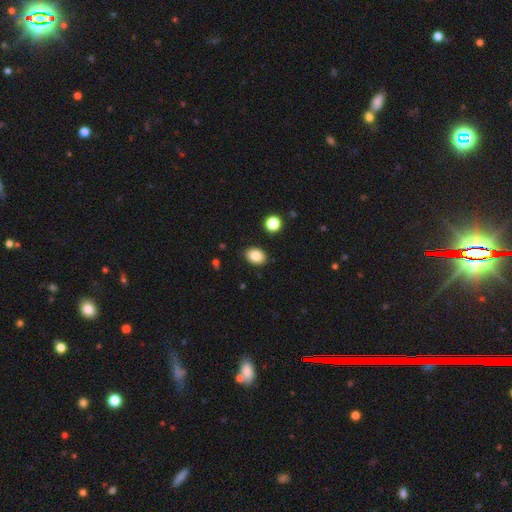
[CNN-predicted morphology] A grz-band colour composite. It shows a smooth galaxy with no disk features (85%) that is in between round and cigar-shaped (67%). Merging: none (87%).